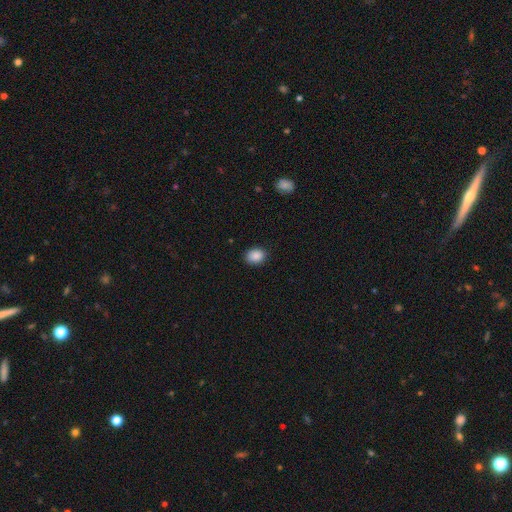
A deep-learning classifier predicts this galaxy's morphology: This is clearly a smooth galaxy (88%). How rounded: likely in between (61%). Merging: clearly none (88%).